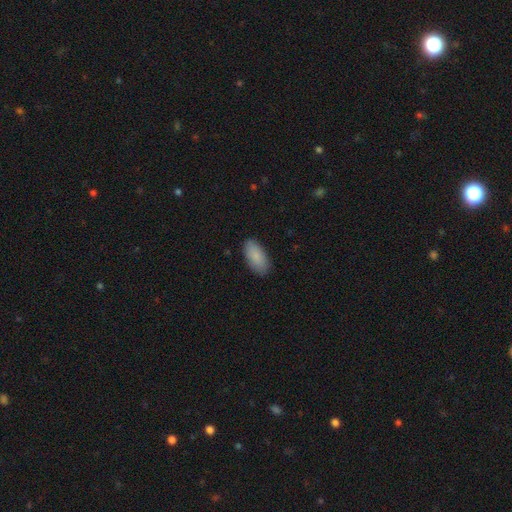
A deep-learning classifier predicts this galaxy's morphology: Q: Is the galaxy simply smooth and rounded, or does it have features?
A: smooth — 87%.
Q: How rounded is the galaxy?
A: in between — 93%.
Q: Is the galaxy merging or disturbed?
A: none — 85%.